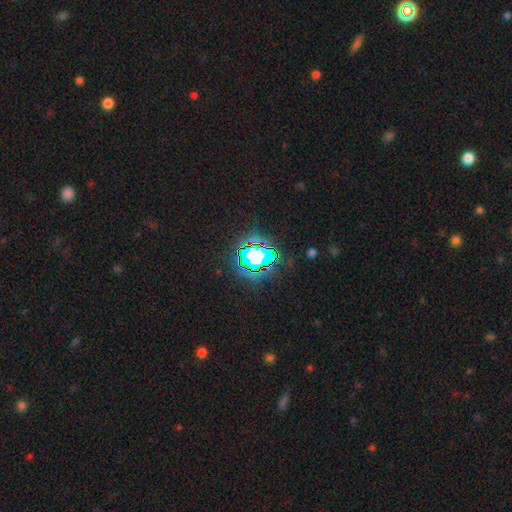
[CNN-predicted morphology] Smooth or featured? Predicted: star or artifact (p=0.67).